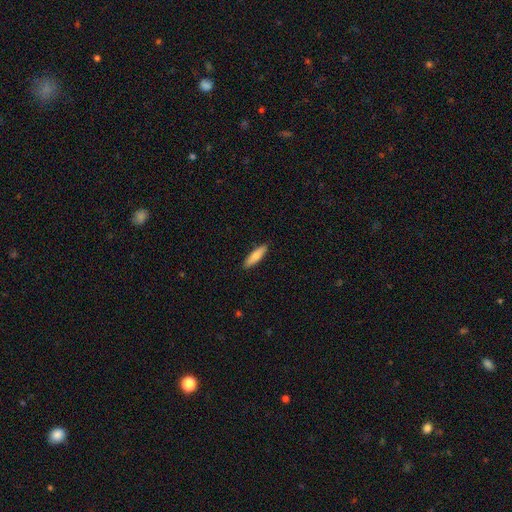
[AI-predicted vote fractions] A smooth galaxy with no disk features (79%) that is cigar-shaped (65%).

Vote fractions:
- Smooth or featured? smooth: 79% / featured or disk: 16% / star or artifact: 6%
- How rounded? cigar-shaped: 65% / in between: 33% / round: 2%
- Merging? none: 89% / minor disturbance: 8% / major disturbance: 2% / merger: 1%